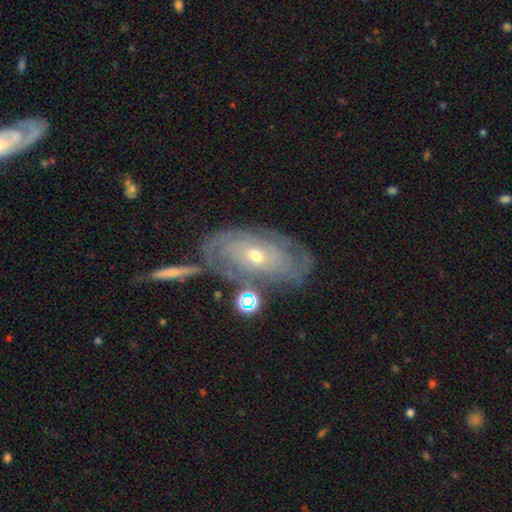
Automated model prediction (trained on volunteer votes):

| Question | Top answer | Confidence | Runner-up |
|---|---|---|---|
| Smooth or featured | featured or disk | 78% | smooth (15%) |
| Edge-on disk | no | 91% | yes (9%) |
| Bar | no | 77% | weak (17%) |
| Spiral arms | yes | 82% | no (18%) |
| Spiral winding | tight | 77% | medium (18%) |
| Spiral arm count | can't tell | 56% | 2 (21%) |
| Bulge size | small | 58% | moderate (39%) |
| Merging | none | 65% | minor disturbance (17%) |